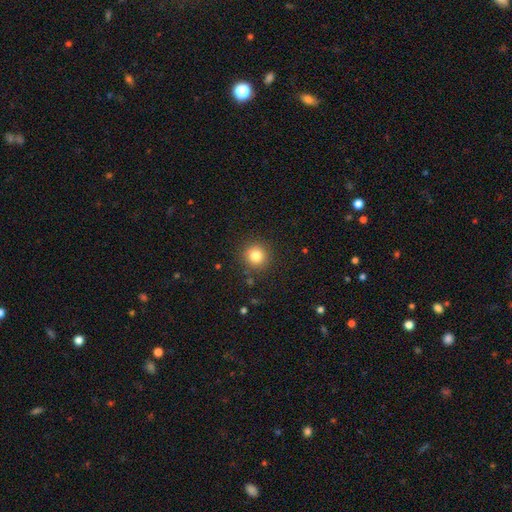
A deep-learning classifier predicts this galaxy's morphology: smooth 82%, star or artifact 12%, featured or disk 6%. Down the decision tree: how rounded — round (93%); merging — none (89%).